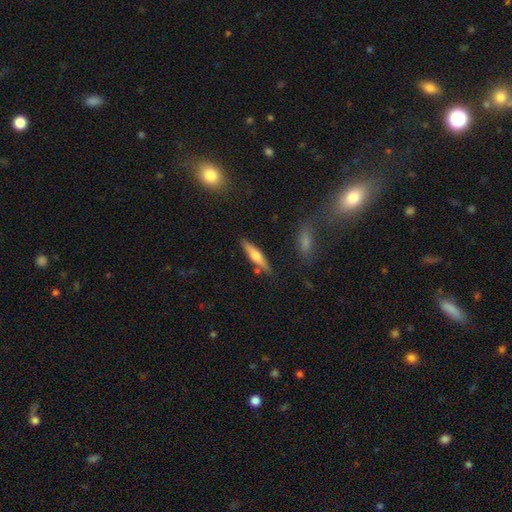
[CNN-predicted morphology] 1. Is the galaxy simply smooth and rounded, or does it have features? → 51% smooth, 43% featured or disk, 7% star or artifact.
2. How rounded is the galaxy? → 79% cigar-shaped, 19% in between, 2% round.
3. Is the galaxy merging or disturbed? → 81% none, 11% minor disturbance, 5% merger, 3% major disturbance.